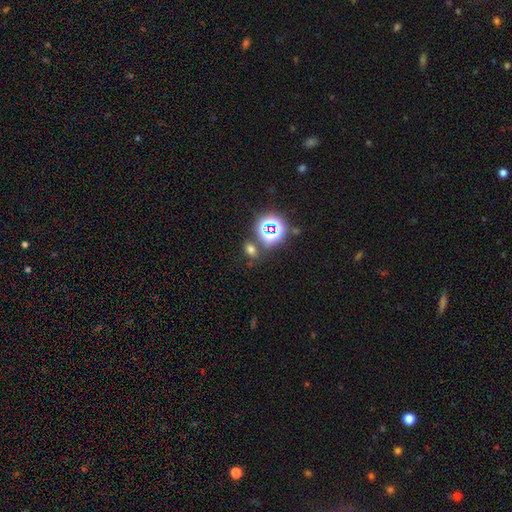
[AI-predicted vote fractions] A star or artifact, not a galaxy (70%).